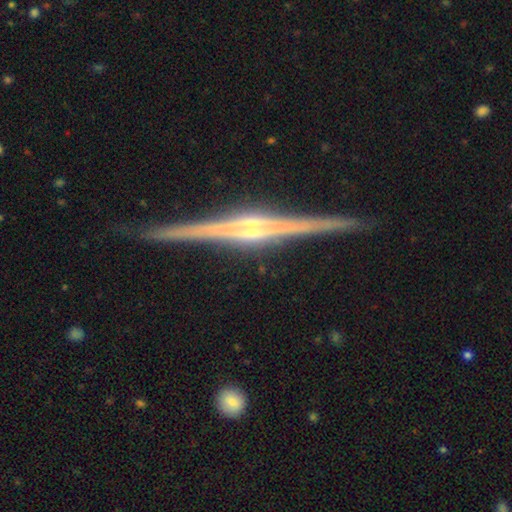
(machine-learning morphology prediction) Smooth or featured? Predicted: featured or disk (p=0.91). Edge-on disk? Predicted: yes (p=0.99). Edge-on bulge? Predicted: rounded (p=0.73). Merging? Predicted: none (p=0.92).